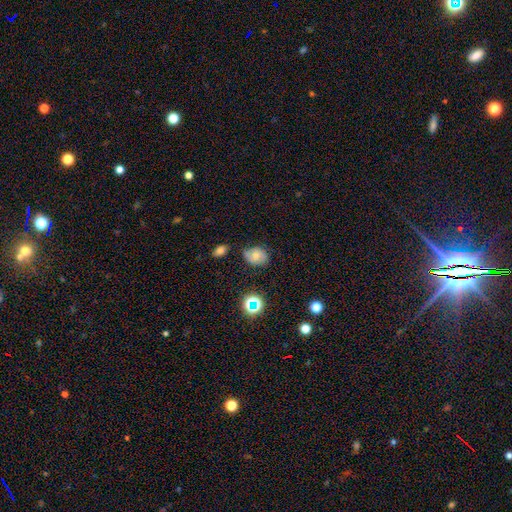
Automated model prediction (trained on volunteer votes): Smooth or featured? smooth (54%)
How rounded? in between (54%)
Merging? none (64%)